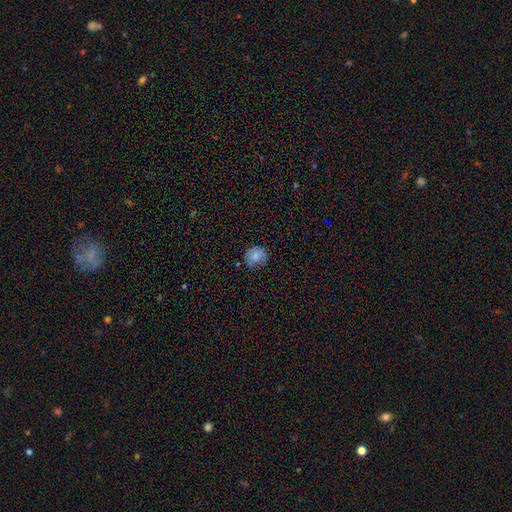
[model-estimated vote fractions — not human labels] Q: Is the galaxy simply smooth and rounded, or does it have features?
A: smooth — 79%.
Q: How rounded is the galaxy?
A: round — 80%.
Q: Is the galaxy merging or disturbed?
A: none — 74%.